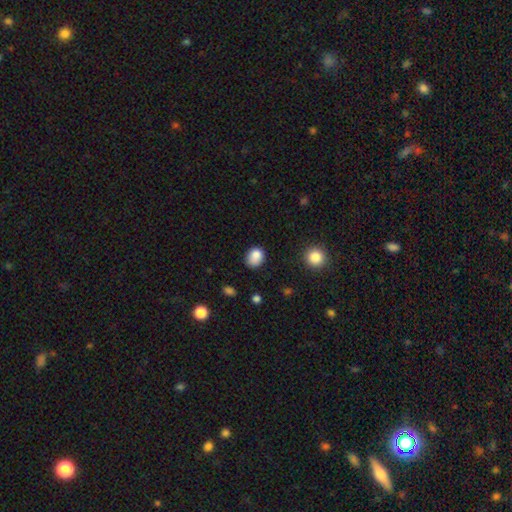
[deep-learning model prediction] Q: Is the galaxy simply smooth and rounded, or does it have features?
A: smooth — 84%.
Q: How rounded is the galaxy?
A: round — 54%.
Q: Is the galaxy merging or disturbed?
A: none — 67%.